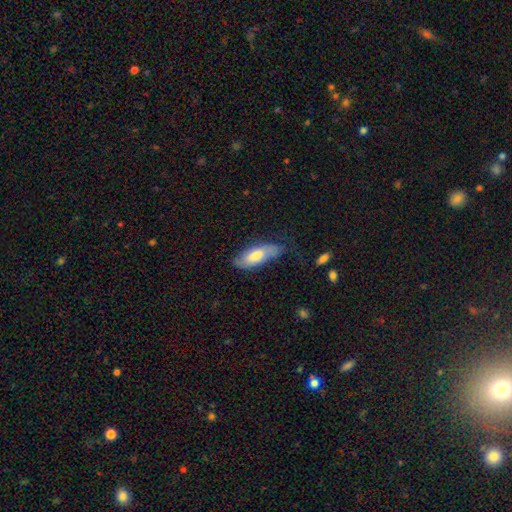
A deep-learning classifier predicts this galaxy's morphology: Overall: smooth (65%; featured or disk 29%). How rounded: in between (76%). Merging: none (61%; minor disturbance 29%).